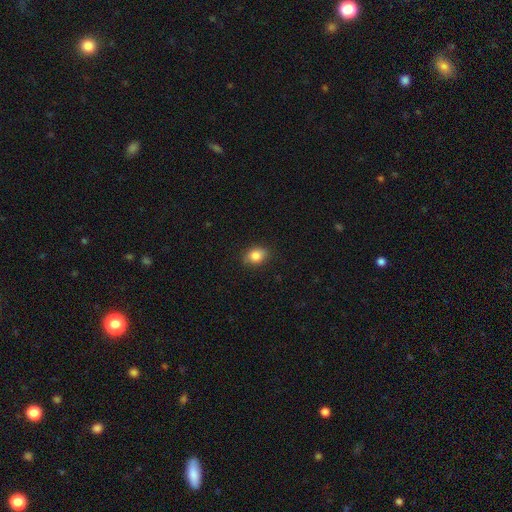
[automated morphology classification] A smooth galaxy with no disk features (85%) that is in between round and cigar-shaped (64%). Merging: none (85%).